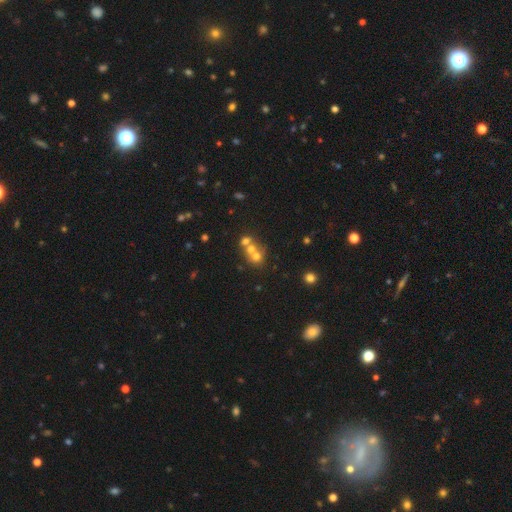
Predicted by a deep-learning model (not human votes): Smooth or featured? smooth (58%)
How rounded? round (74%)
Merging? merger (57%)